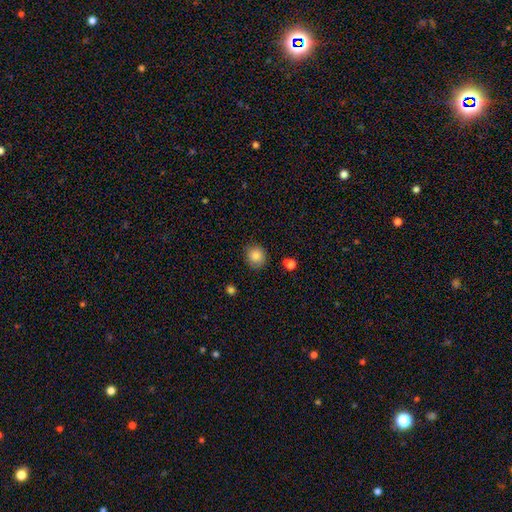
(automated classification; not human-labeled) Smooth or featured: smooth — 85% (star or artifact — 10%)
How rounded: round — 85% (in between — 14%)
Merging: none — 82% (minor disturbance — 13%)